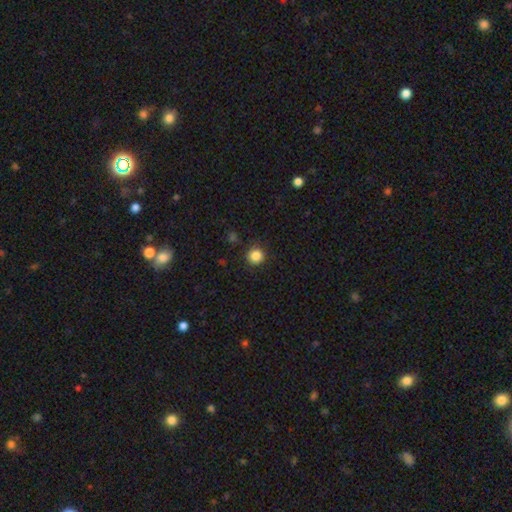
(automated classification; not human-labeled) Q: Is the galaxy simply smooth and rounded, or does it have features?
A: smooth — 85%.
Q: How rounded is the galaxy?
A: round — 94%.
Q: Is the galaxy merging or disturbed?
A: none — 90%.